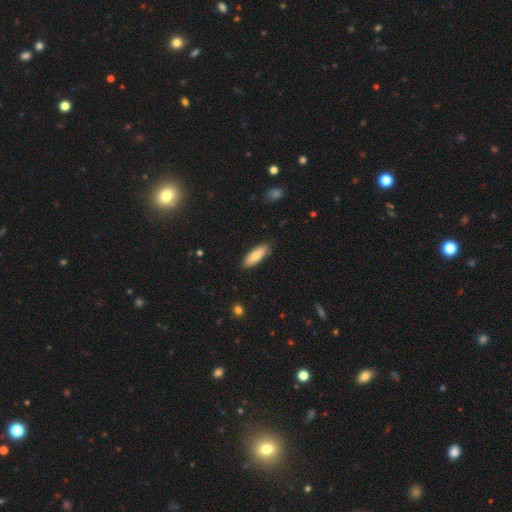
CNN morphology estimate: smooth_or_featured: smooth (p=0.76) [alt: featured or disk p=0.18]
how_rounded: in between (p=0.66) [alt: cigar-shaped p=0.32]
merging: none (p=0.86) [alt: minor disturbance p=0.11]